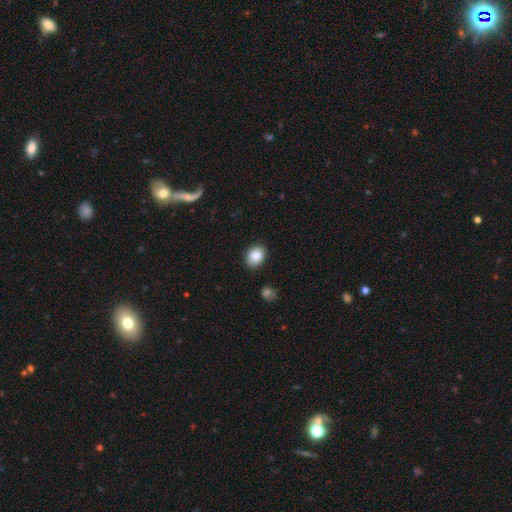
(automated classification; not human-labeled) Overall: smooth (86%). How rounded: in between (66%; round 33%). Merging: none (84%).